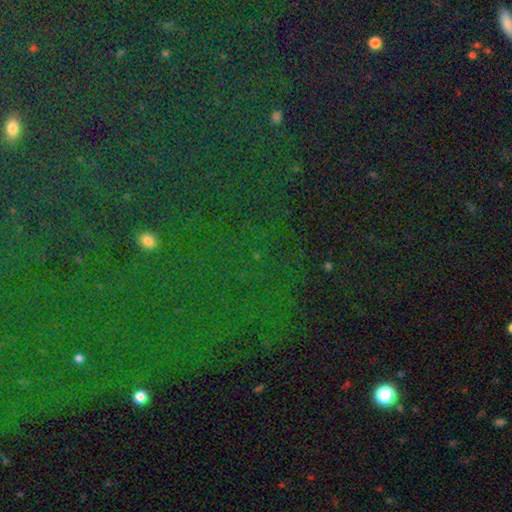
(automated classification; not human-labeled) Smooth or featured? Predicted: star or artifact (p=0.83).